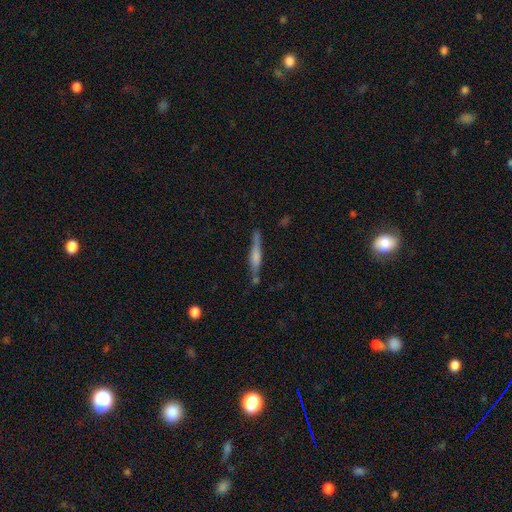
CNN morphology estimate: This appears to be a featured or disk galaxy (47%). Merging: none (70%).